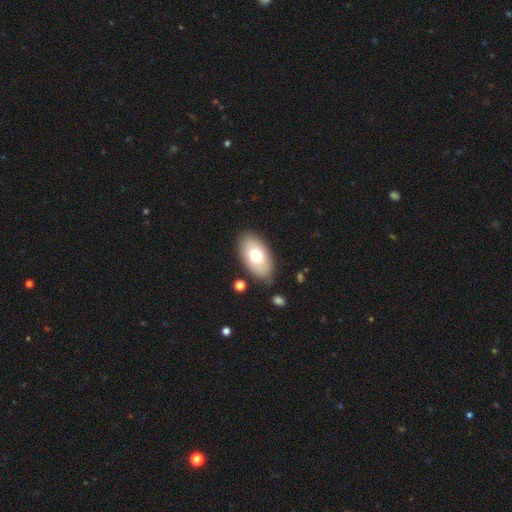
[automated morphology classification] smooth_or_featured: smooth (p=0.72) [alt: featured or disk p=0.22]
how_rounded: in between (p=0.94) [alt: round p=0.04]
merging: none (p=0.83) [alt: minor disturbance p=0.11]